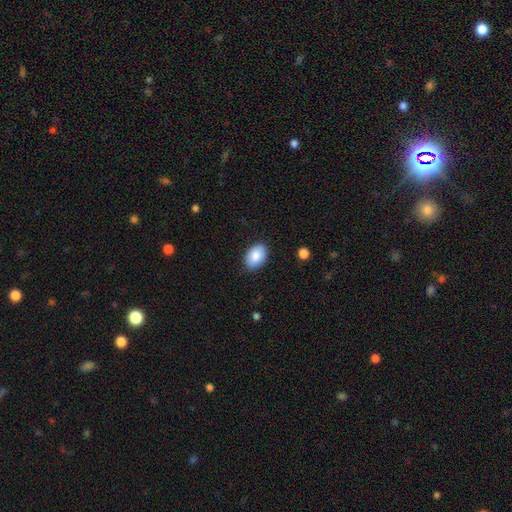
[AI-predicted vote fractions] smooth 85%, featured or disk 8%, star or artifact 6%. Down the decision tree: how rounded — in between (88%); merging — none (86%).